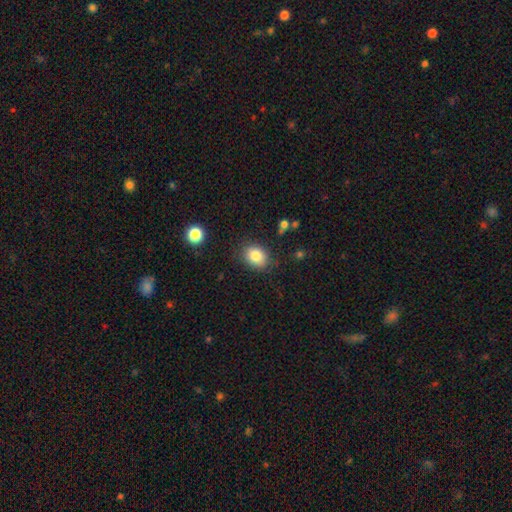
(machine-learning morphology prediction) smooth_or_featured: smooth (p=0.84) [alt: star or artifact p=0.09]
how_rounded: in between (p=0.59) [alt: round p=0.41]
merging: none (p=0.82) [alt: minor disturbance p=0.13]